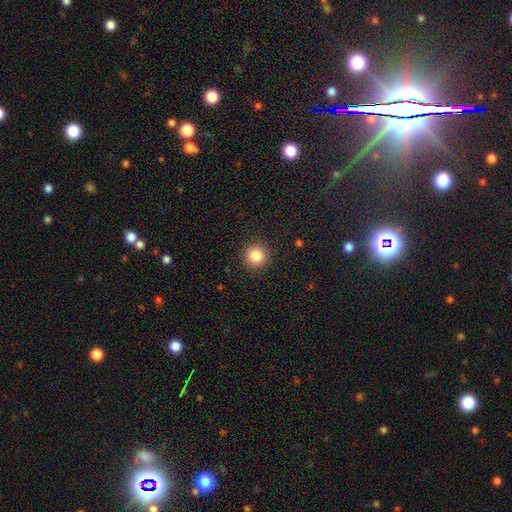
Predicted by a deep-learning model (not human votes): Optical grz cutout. It shows a smooth galaxy with no disk features (85%) that is round (94%). Merging: none (92%).